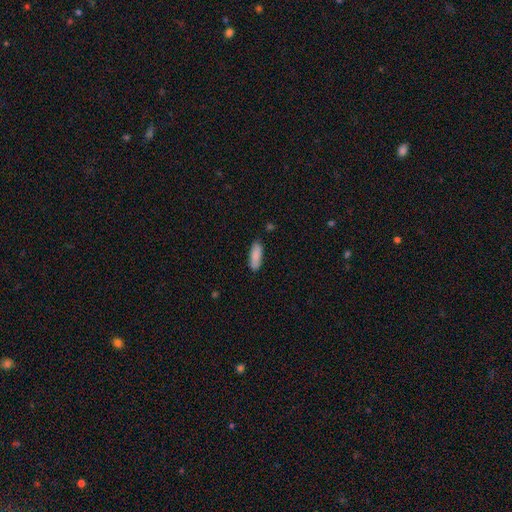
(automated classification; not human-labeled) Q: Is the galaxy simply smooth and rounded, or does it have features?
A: smooth — 88%.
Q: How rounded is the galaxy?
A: in between — 52%.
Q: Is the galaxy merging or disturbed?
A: none — 85%.